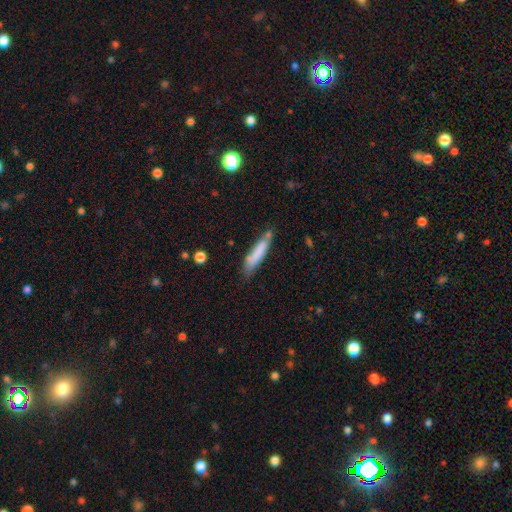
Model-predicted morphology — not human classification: Smooth or featured: smooth — 75% (featured or disk — 18%)
How rounded: cigar-shaped — 86% (in between — 13%)
Merging: none — 63% (minor disturbance — 24%)